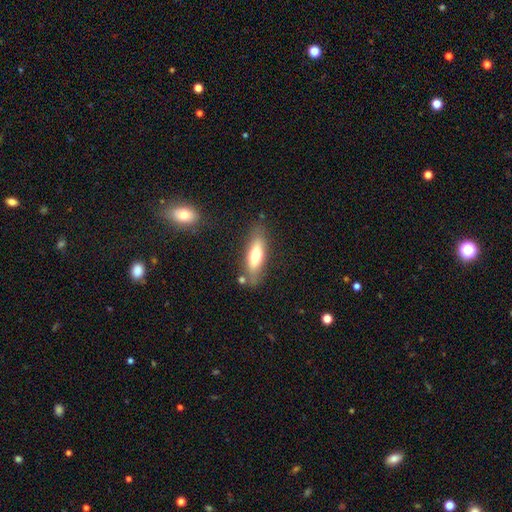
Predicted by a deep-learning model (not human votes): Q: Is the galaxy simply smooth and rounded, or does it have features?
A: smooth — 66%.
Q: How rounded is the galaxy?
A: cigar-shaped — 52%.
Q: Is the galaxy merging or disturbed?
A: none — 74%.